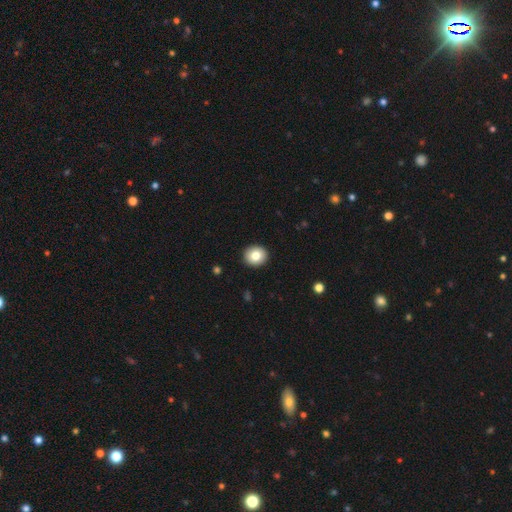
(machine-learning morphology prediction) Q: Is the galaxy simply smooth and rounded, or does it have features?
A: smooth — 82%.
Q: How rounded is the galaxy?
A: round — 84%.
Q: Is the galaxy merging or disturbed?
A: none — 93%.